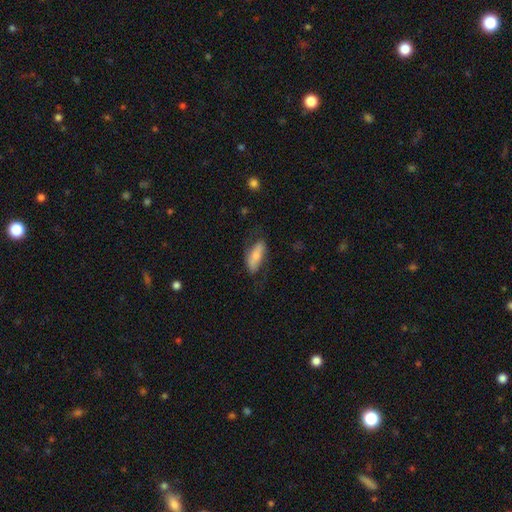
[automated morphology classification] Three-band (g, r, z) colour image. It shows a smooth galaxy with no disk features (67%) that is in between round and cigar-shaped (76%). Merging: none (63%).